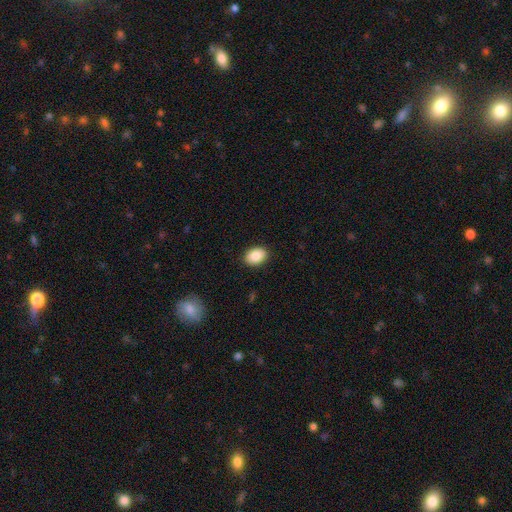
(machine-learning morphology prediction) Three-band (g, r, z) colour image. It shows a smooth galaxy with no disk features (88%) that is in between round and cigar-shaped (79%). Merging: none (89%).